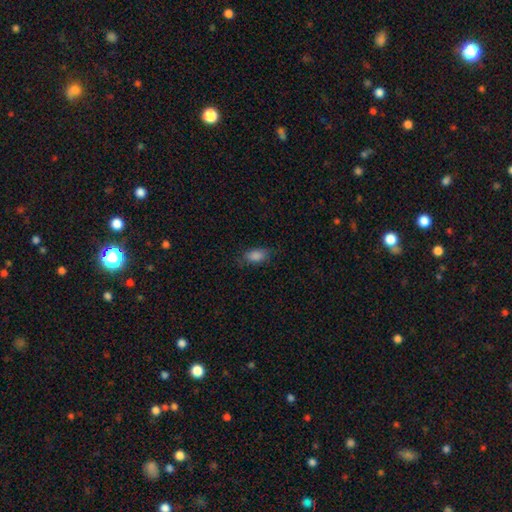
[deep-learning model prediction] smooth-or-featured: smooth: 83% | star or artifact: 9% | featured or disk: 8%
  how-rounded: in between: 88% | cigar-shaped: 6% | round: 5%
  merging: none: 74% | minor disturbance: 19% | major disturbance: 6% | merger: 1%